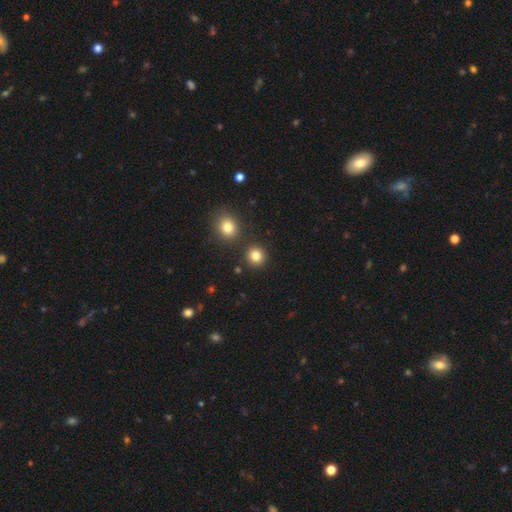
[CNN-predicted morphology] Smooth or featured?
  - smooth: 83% *
  - star or artifact: 12%
  - featured or disk: 5%
How rounded?
  - round: 91% *
  - in between: 8%
  - cigar-shaped: 1%
Merging?
  - none: 87% *
  - minor disturbance: 6%
  - merger: 5%
  - major disturbance: 2%